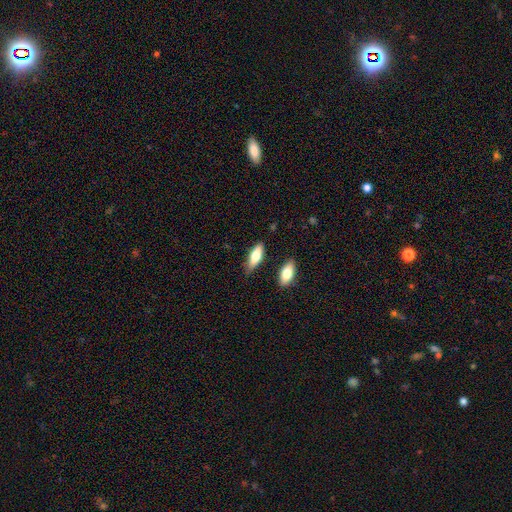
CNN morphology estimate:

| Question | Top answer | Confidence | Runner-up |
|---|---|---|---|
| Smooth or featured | smooth | 72% | featured or disk (22%) |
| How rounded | in between | 62% | cigar-shaped (36%) |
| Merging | none | 74% | minor disturbance (18%) |